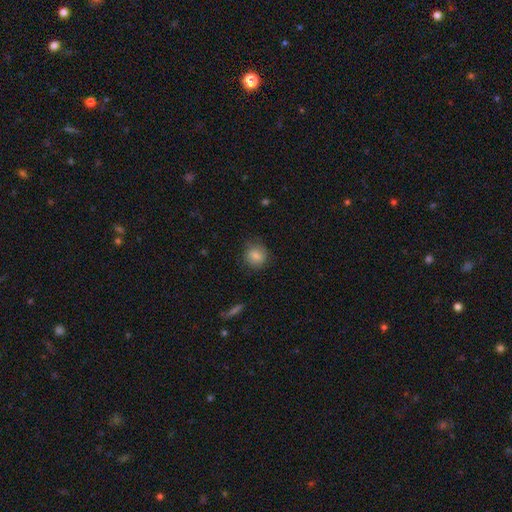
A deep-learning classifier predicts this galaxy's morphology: Q: Smooth or featured?
A: smooth (83%); runner-up: featured or disk (9%)
Q: How rounded?
A: round (77%); runner-up: in between (22%)
Q: Merging?
A: none (76%); runner-up: minor disturbance (18%)